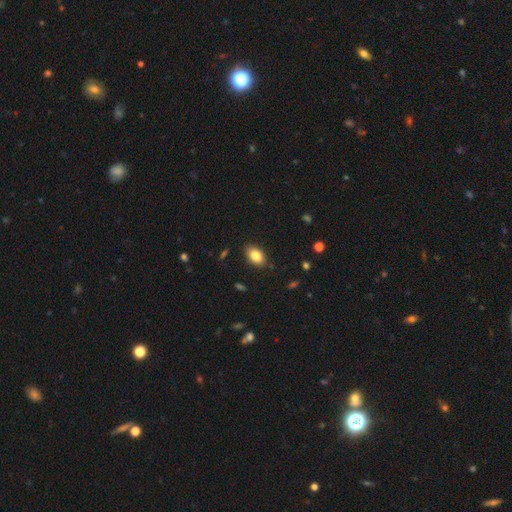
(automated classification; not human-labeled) Overall: smooth (84%). How rounded: in between (88%). Merging: none (86%).